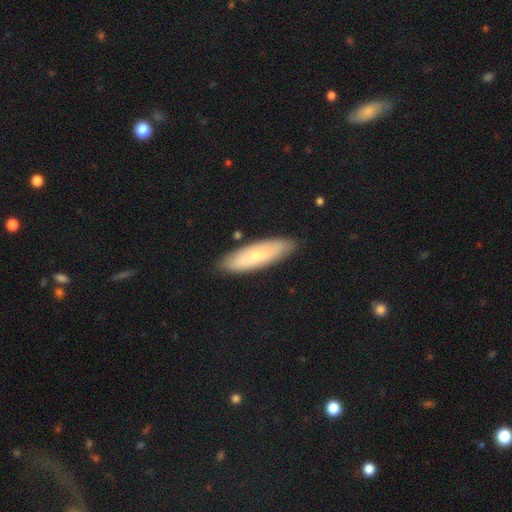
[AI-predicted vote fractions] Smooth or featured: smooth — 63% (featured or disk — 31%)
How rounded: cigar-shaped — 52% (in between — 46%)
Merging: none — 86% (minor disturbance — 11%)